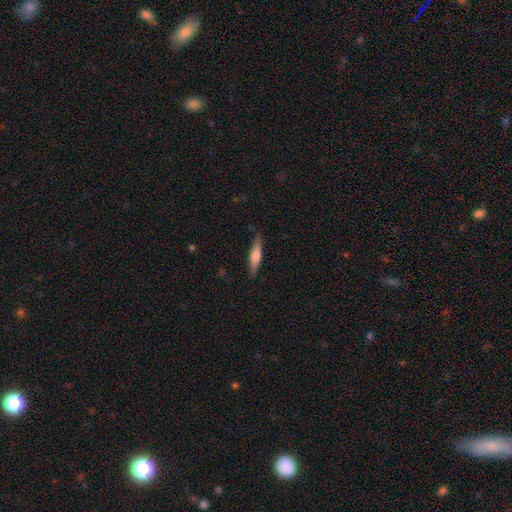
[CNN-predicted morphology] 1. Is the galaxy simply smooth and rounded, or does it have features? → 50% smooth, 44% featured or disk, 6% star or artifact.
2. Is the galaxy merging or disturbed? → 82% none, 13% minor disturbance, 3% major disturbance, 1% merger.